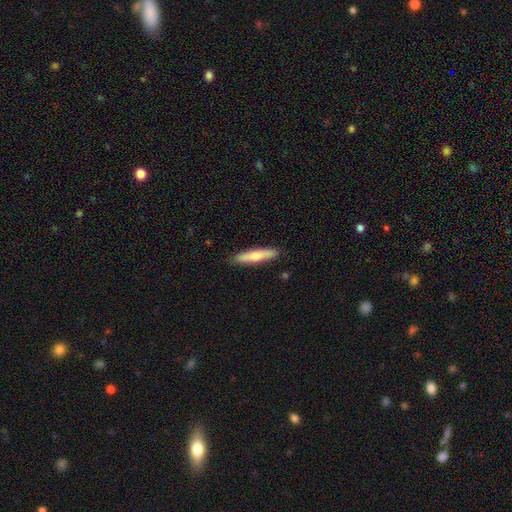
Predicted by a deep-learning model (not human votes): Morphology: type=smooth (67%); roundness=cigar-shaped (87%); merging=none (88%).